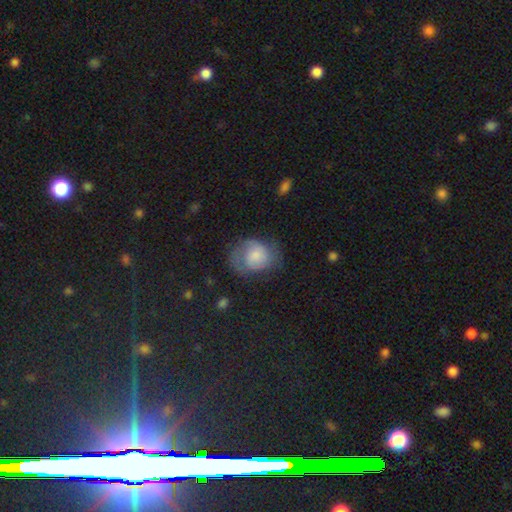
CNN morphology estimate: Smooth or featured? smooth (52%)
How rounded? round (52%)
Merging? none (46%)